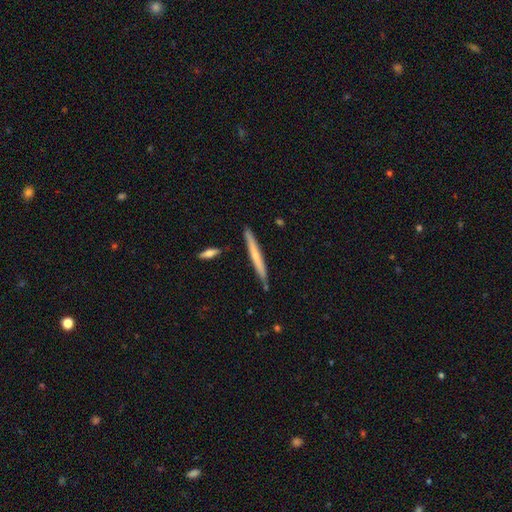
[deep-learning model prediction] Morphology: type=smooth (50%); merging=none (86%).